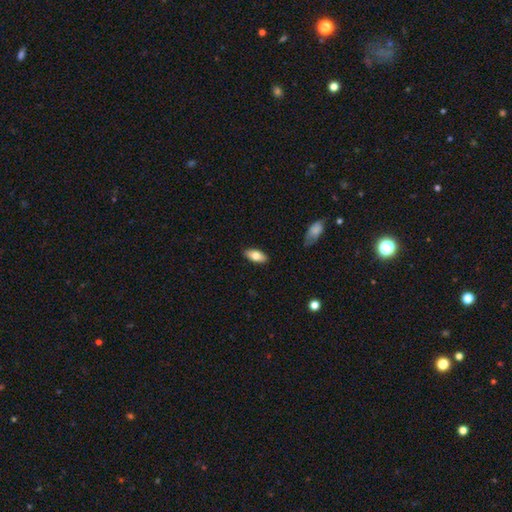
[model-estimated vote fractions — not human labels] smooth_or_featured: smooth (p=0.76) [alt: featured or disk p=0.18]
how_rounded: in between (p=0.89) [alt: cigar-shaped p=0.09]
merging: none (p=0.88) [alt: minor disturbance p=0.09]